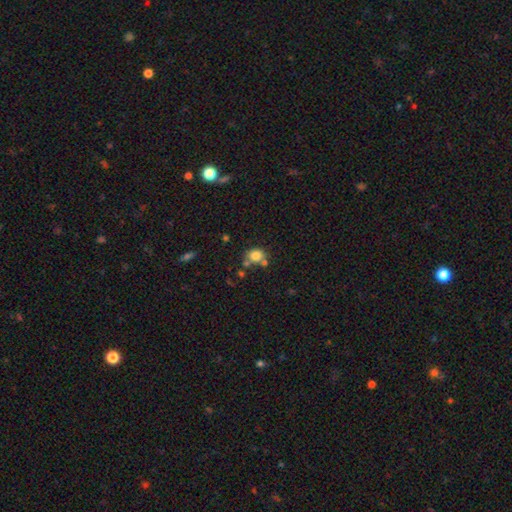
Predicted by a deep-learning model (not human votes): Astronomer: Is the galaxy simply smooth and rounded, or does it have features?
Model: smooth — 80%.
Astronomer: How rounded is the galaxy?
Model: round — 64%.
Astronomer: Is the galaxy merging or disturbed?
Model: none — 60%.